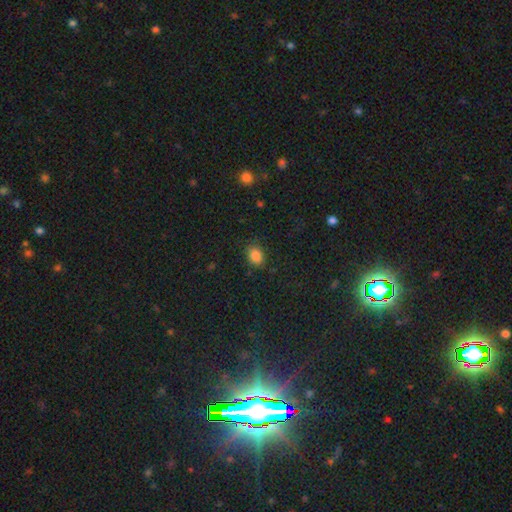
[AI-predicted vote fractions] smooth_or_featured: smooth (p=0.85) [alt: star or artifact p=0.11]
how_rounded: in between (p=0.68) [alt: round p=0.31]
merging: none (p=0.82) [alt: minor disturbance p=0.13]